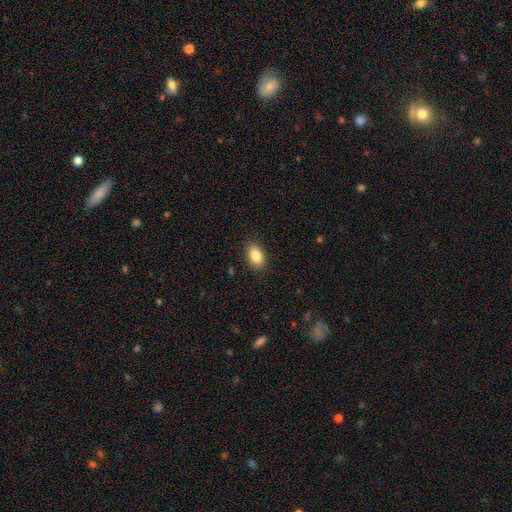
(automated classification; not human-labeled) This is clearly a smooth galaxy (85%). How rounded: clearly in between (89%). Merging: clearly none (88%).